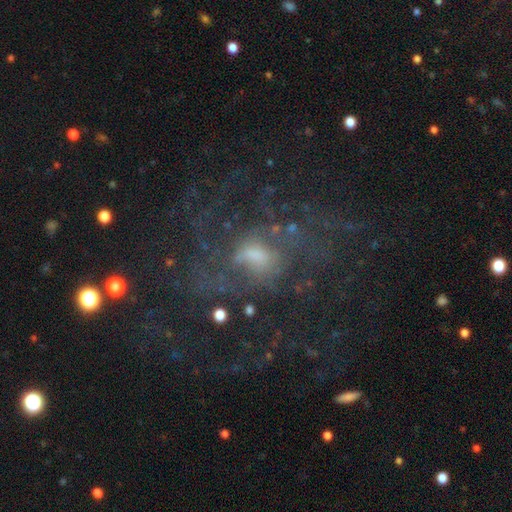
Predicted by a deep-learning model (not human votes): Smooth or featured? Predicted: featured or disk (p=0.62). Edge-on disk? Predicted: no (p=0.97). Bar? Predicted: no (p=0.45). Spiral arms? Predicted: yes (p=0.71). Bulge size? Predicted: moderate (p=0.43). Merging? Predicted: none (p=0.48).